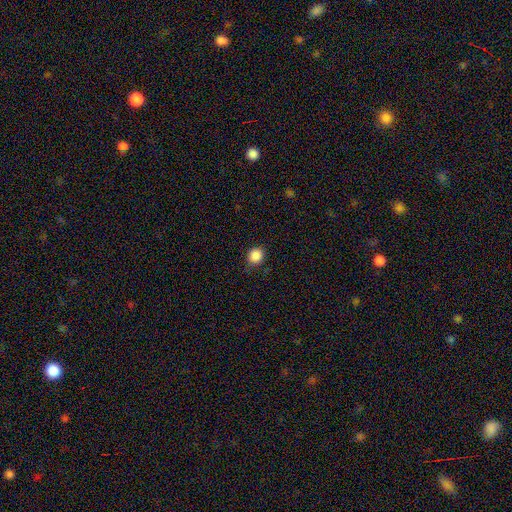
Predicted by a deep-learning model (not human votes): Smooth or featured?
  - smooth: 88% *
  - star or artifact: 10%
  - featured or disk: 3%
How rounded?
  - round: 84% *
  - in between: 15%
  - cigar-shaped: 1%
Merging?
  - none: 83% *
  - minor disturbance: 13%
  - major disturbance: 3%
  - merger: 1%